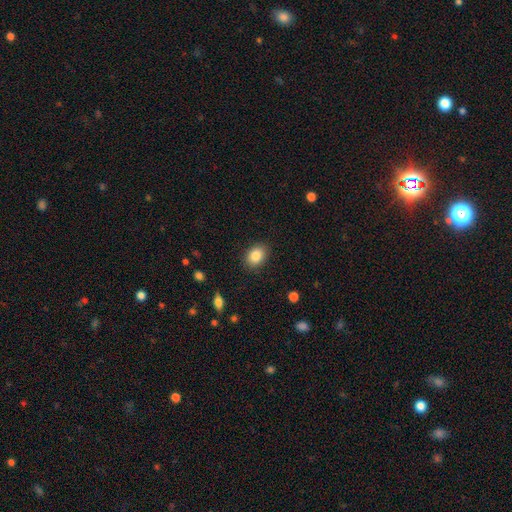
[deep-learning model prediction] Overall: smooth (85%). How rounded: in between (71%). Merging: none (87%).